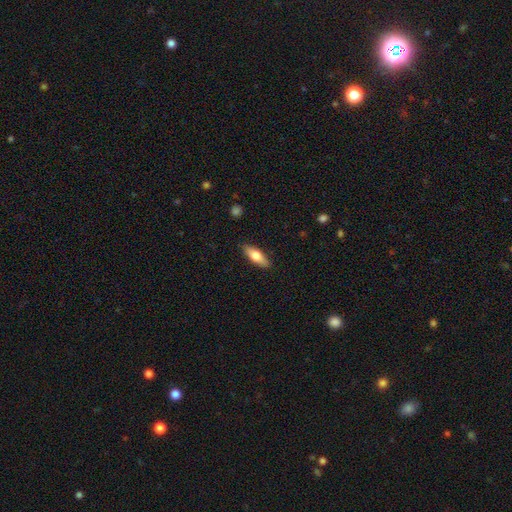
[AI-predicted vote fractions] This is likely a smooth galaxy (68%). How rounded: likely in between (62%). Merging: clearly none (87%).